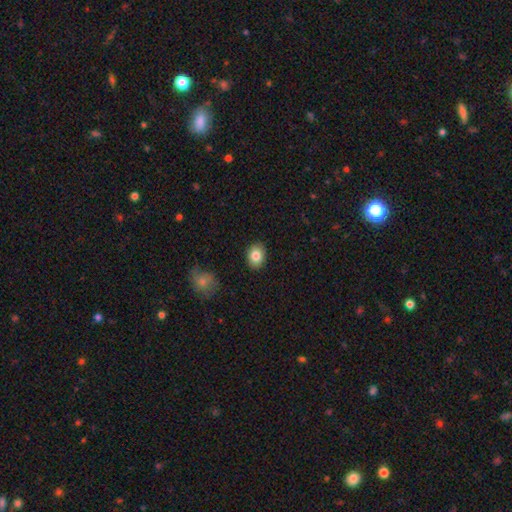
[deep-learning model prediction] smooth_or_featured: smooth (p=0.83) [alt: star or artifact p=0.09]
how_rounded: in between (p=0.56) [alt: round p=0.43]
merging: none (p=0.89) [alt: minor disturbance p=0.08]